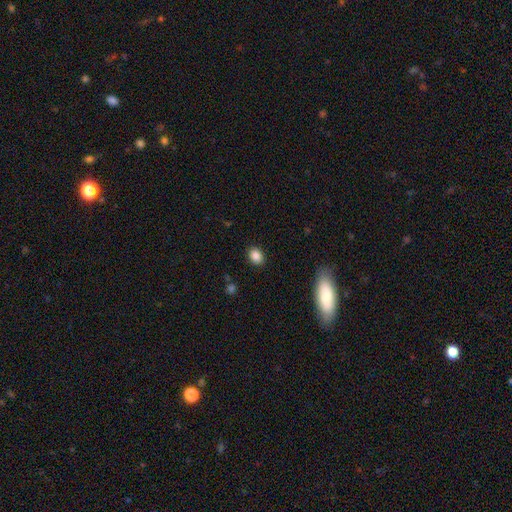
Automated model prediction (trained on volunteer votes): Morphology: type=smooth (86%); roundness=in between (58%); merging=none (88%).